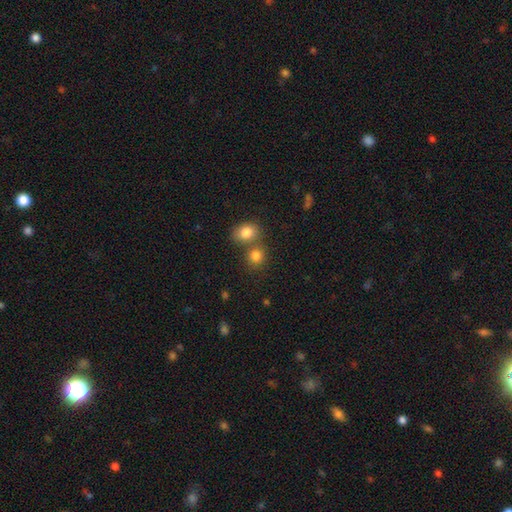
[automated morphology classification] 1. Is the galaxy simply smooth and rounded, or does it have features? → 82% smooth, 11% star or artifact, 7% featured or disk.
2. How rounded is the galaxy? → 75% round, 24% in between, 1% cigar-shaped.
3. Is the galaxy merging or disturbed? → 54% none, 35% merger, 8% minor disturbance, 3% major disturbance.